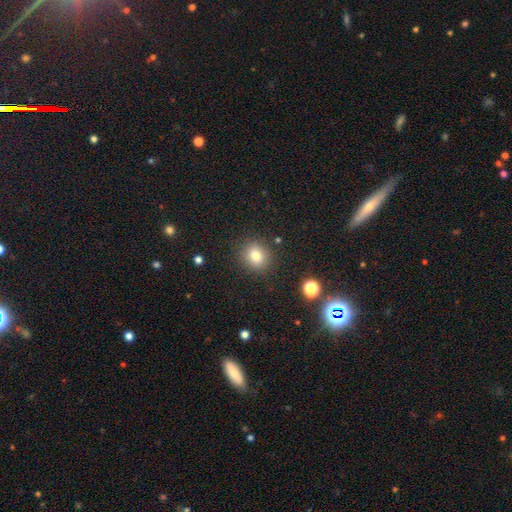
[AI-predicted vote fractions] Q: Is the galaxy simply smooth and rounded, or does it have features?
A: smooth — 79%.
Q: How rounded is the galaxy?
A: round — 76%.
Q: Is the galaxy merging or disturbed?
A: none — 87%.